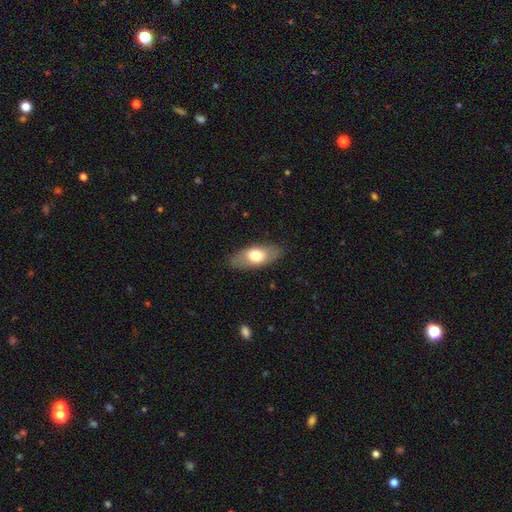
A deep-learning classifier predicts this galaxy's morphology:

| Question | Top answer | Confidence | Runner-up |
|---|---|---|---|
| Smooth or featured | smooth | 66% | featured or disk (28%) |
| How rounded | in between | 83% | cigar-shaped (12%) |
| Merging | none | 84% | minor disturbance (12%) |